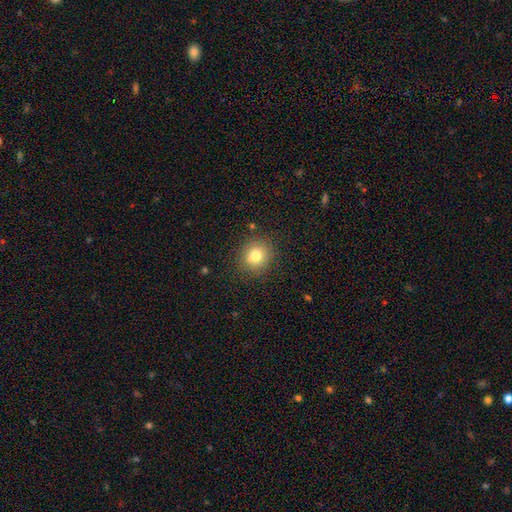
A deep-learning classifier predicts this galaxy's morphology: Smooth or featured? Predicted: smooth (p=0.78). How rounded? Predicted: round (p=0.85). Merging? Predicted: none (p=0.83).